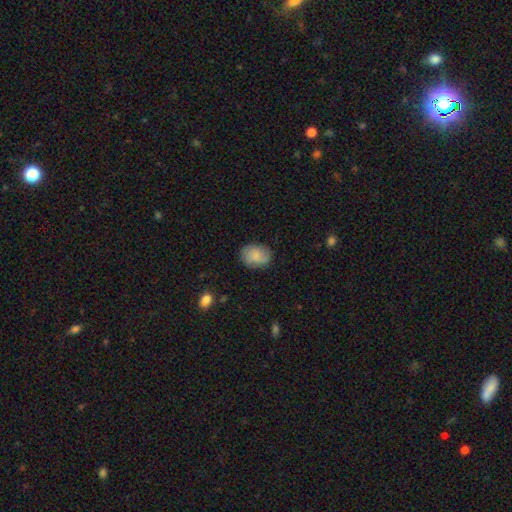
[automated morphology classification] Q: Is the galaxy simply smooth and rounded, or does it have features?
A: smooth — 82%.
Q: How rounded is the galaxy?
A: in between — 67%.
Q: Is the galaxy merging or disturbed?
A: none — 78%.